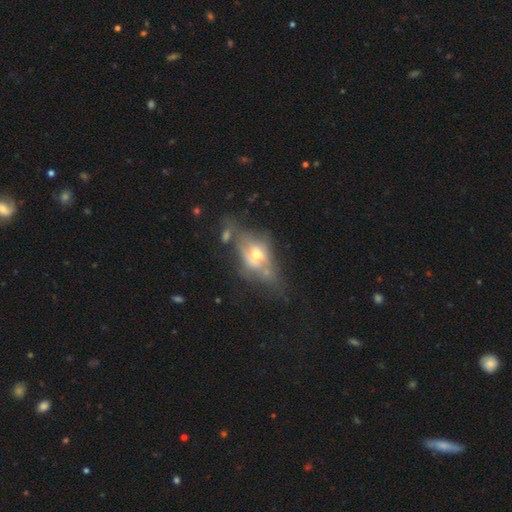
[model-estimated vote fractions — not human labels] smooth-or-featured: featured or disk: 59% | smooth: 30% | star or artifact: 11%
  disk-edge-on: no: 61% | yes: 39%
  merging: none: 39% | major disturbance: 25% | minor disturbance: 22% | merger: 14%